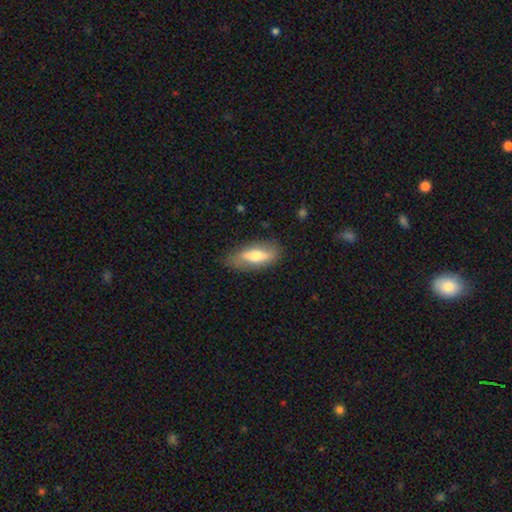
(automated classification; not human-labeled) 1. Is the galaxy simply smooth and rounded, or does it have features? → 55% smooth, 39% featured or disk, 6% star or artifact.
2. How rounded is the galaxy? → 73% in between, 24% cigar-shaped, 4% round.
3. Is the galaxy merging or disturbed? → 78% none, 16% minor disturbance, 4% major disturbance, 1% merger.